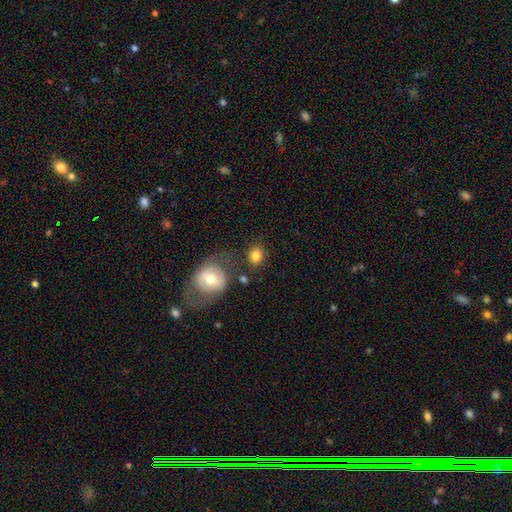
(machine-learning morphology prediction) Smooth or featured: smooth — 81% (star or artifact — 10%)
How rounded: round — 66% (in between — 33%)
Merging: none — 75% (minor disturbance — 12%)